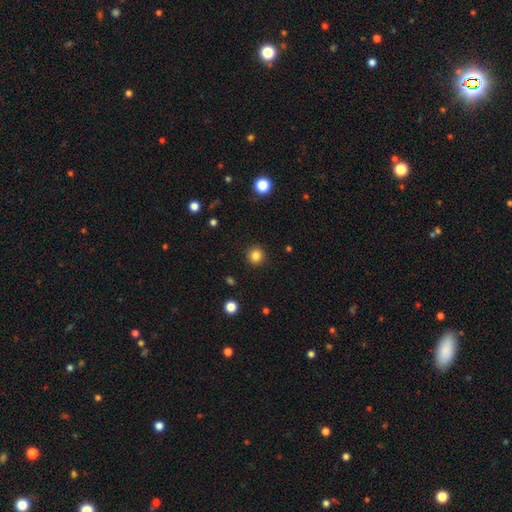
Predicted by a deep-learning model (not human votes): Smooth or featured: smooth — 83% (star or artifact — 12%)
How rounded: round — 94% (in between — 5%)
Merging: none — 92% (minor disturbance — 5%)